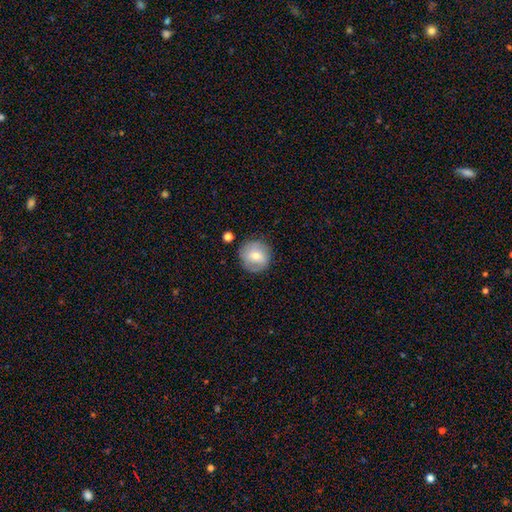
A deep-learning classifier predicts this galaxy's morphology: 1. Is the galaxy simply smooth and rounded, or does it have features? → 64% smooth, 28% featured or disk, 8% star or artifact.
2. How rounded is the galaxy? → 92% round, 7% in between, 1% cigar-shaped.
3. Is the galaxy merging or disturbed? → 81% none, 13% minor disturbance, 4% major disturbance, 3% merger.